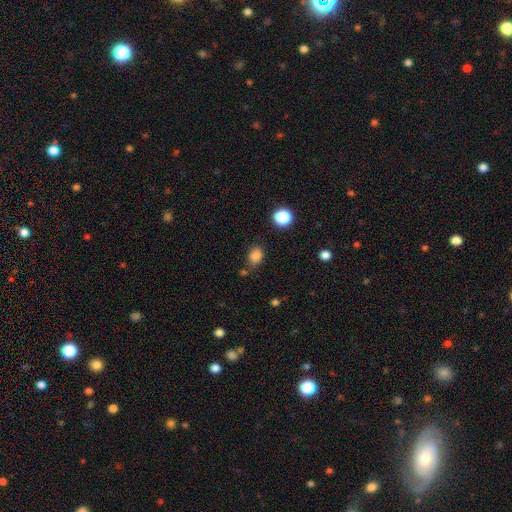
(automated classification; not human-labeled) smooth-or-featured: smooth: 82% | star or artifact: 13% | featured or disk: 5%
  how-rounded: in between: 67% | round: 31% | cigar-shaped: 1%
  merging: none: 72% | minor disturbance: 17% | merger: 7% | major disturbance: 5%